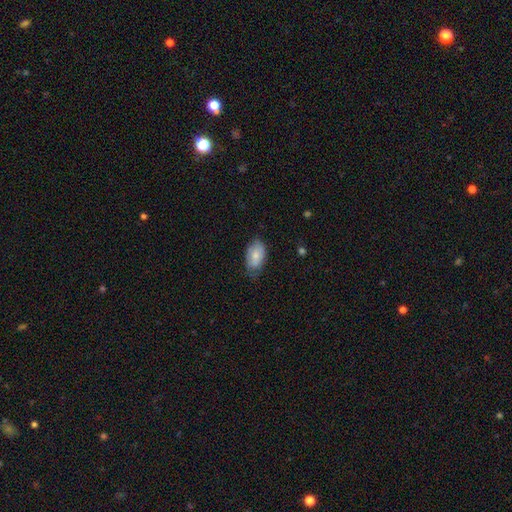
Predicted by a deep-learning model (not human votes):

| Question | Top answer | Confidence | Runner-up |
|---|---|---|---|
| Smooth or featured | smooth | 73% | featured or disk (20%) |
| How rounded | in between | 93% | round (6%) |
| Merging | none | 61% | minor disturbance (31%) |